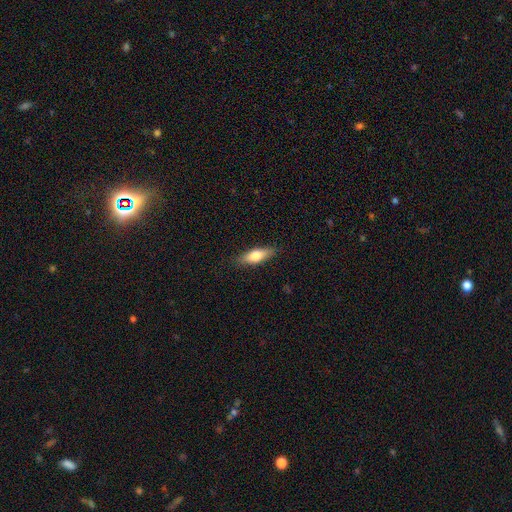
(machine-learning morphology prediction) This is likely a smooth galaxy (69%). How rounded: likely in between (60%). Merging: clearly none (85%).